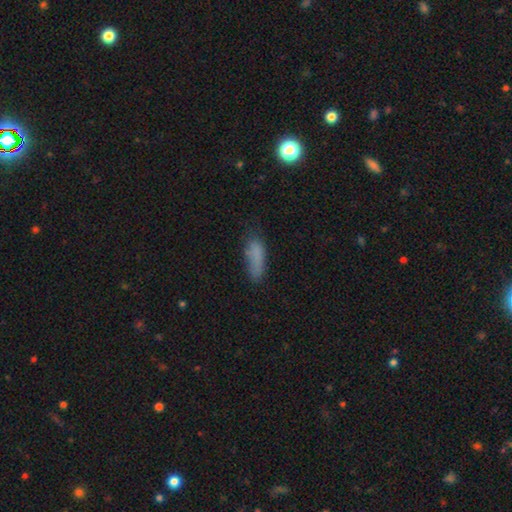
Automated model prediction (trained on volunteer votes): Smooth or featured: smooth — 77% (star or artifact — 11%)
How rounded: in between — 54% (cigar-shaped — 44%)
Merging: none — 53% (minor disturbance — 29%)